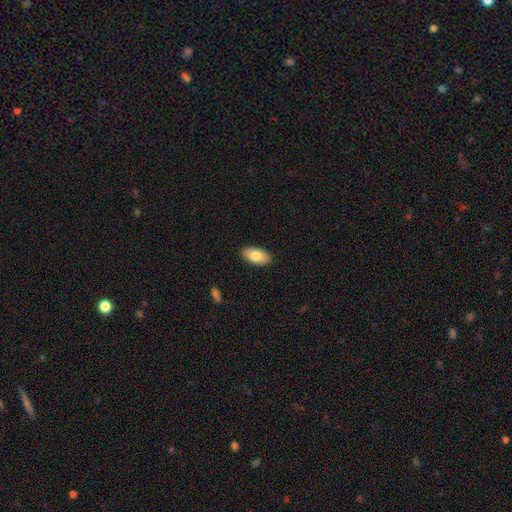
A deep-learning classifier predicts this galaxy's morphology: smooth_or_featured: smooth (p=0.81) [alt: featured or disk p=0.13]
how_rounded: in between (p=0.93) [alt: cigar-shaped p=0.04]
merging: none (p=0.89) [alt: minor disturbance p=0.08]